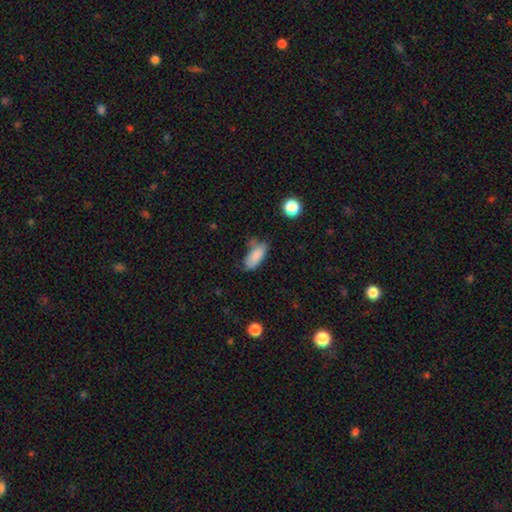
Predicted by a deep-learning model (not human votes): A smooth galaxy with no disk features (84%) that is in between round and cigar-shaped (83%).

Vote fractions:
- Smooth or featured? smooth: 84% / star or artifact: 8% / featured or disk: 8%
- How rounded? in between: 83% / cigar-shaped: 15% / round: 3%
- Merging? none: 53% / minor disturbance: 31% / major disturbance: 10% / merger: 6%